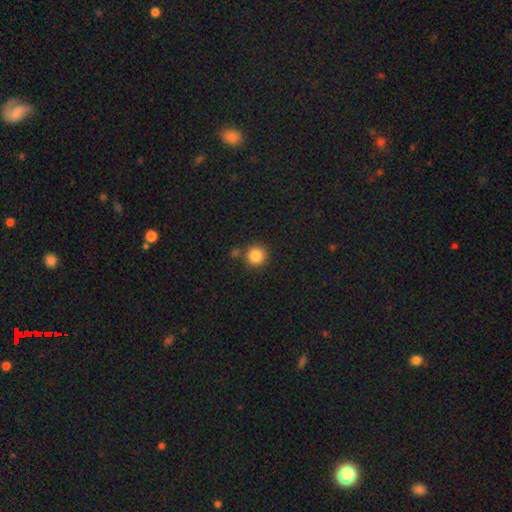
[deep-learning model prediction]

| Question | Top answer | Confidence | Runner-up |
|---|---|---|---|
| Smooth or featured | smooth | 84% | star or artifact (11%) |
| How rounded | round | 94% | in between (5%) |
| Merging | none | 82% | minor disturbance (8%) |